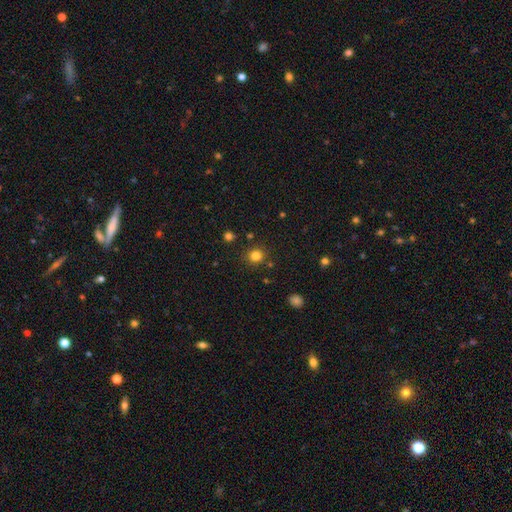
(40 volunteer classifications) Q: Smooth or featured?
A: smooth (85%); runner-up: star or artifact (12%)
Q: How rounded?
A: round (79%); runner-up: in between (21%)
Q: Merging?
A: none (86%); runner-up: minor disturbance (11%)